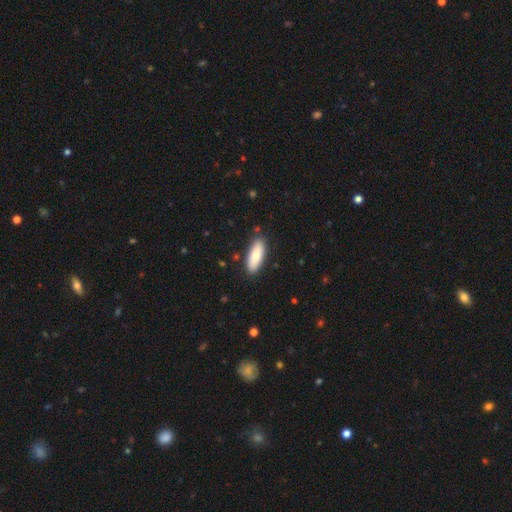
Smooth or featured? 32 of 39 (82%) said smooth. How rounded? 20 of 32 (62%) said in between. Merging? 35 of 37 (95%) said none.